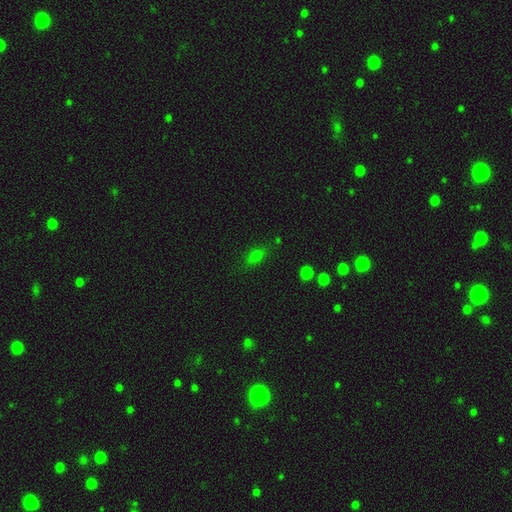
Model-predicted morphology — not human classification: Smooth or featured: smooth — 73% (star or artifact — 17%)
How rounded: in between — 76% (round — 15%)
Merging: none — 76% (minor disturbance — 16%)